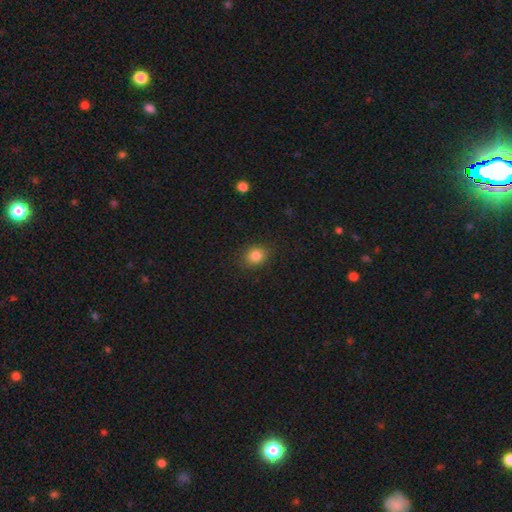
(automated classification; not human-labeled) Q: Smooth or featured?
A: smooth (84%); runner-up: star or artifact (11%)
Q: How rounded?
A: round (65%); runner-up: in between (34%)
Q: Merging?
A: none (86%); runner-up: minor disturbance (10%)